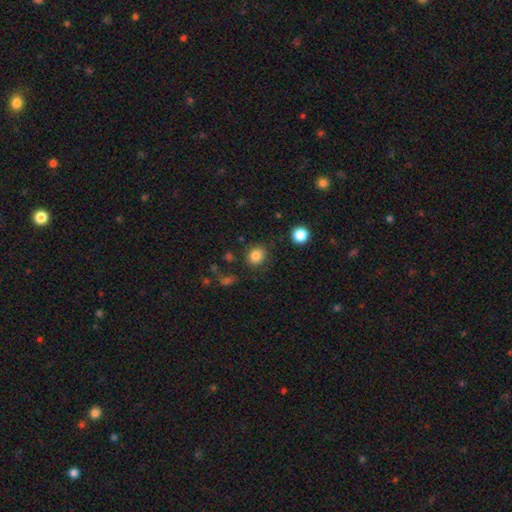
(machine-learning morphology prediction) Smooth or featured? smooth (83%)
How rounded? round (71%)
Merging? none (82%)